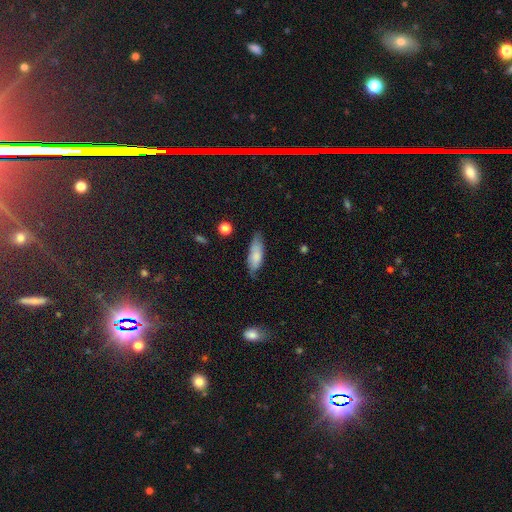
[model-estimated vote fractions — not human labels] Overall: smooth (75%). How rounded: in between (62%; cigar-shaped 37%). Merging: none (66%; minor disturbance 27%).